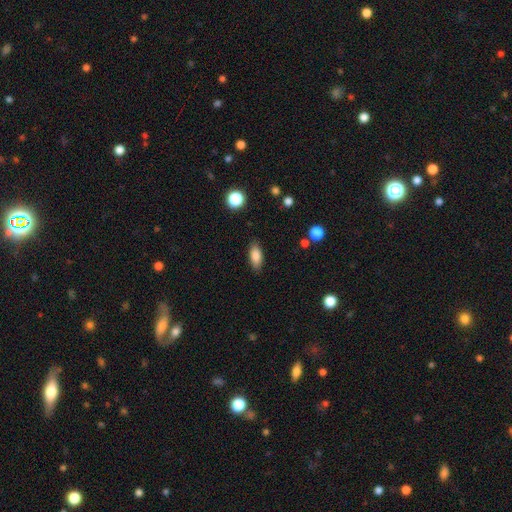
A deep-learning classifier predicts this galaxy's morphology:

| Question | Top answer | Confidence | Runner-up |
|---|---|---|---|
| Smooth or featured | smooth | 84% | star or artifact (8%) |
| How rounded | in between | 84% | cigar-shaped (12%) |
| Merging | none | 86% | minor disturbance (10%) |